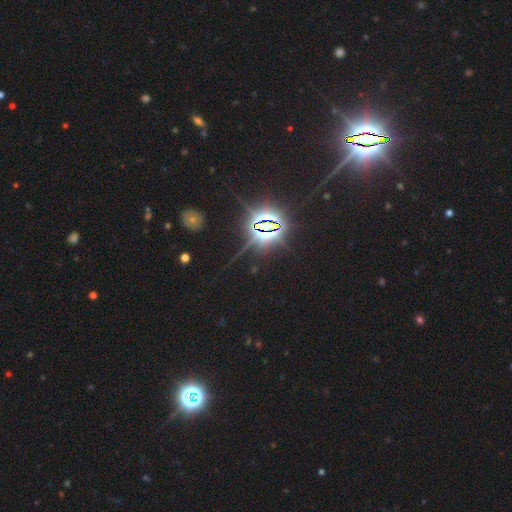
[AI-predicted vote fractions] star or artifact 86%, smooth 8%, featured or disk 6%.